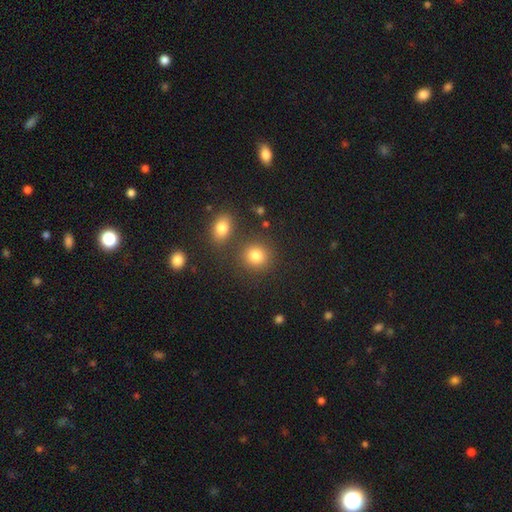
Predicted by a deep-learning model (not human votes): A smooth galaxy with no disk features (82%) that is round (84%). Merging: none (80%).